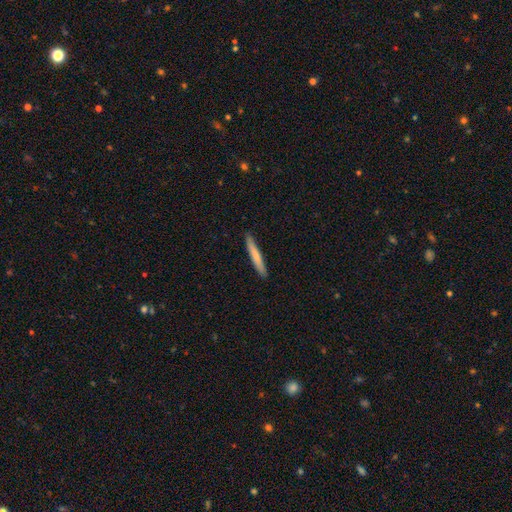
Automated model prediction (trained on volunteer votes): Overall: smooth (73%). How rounded: cigar-shaped (96%). Merging: none (91%).